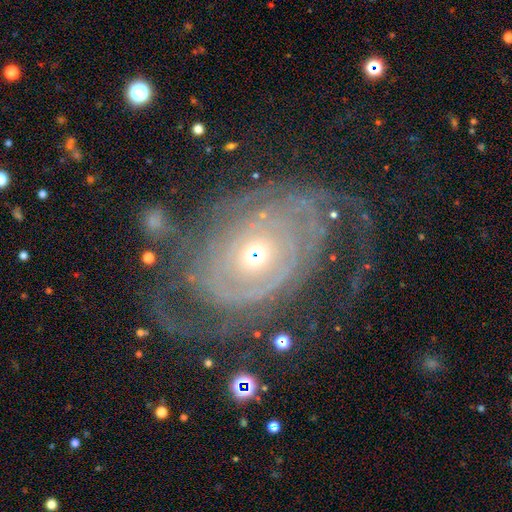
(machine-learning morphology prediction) This appears to be a featured or disk galaxy (82%) with no bar (82%), tight (61%) spiral arms (82%) and a small central bulge (49%). Merging: none (50%).